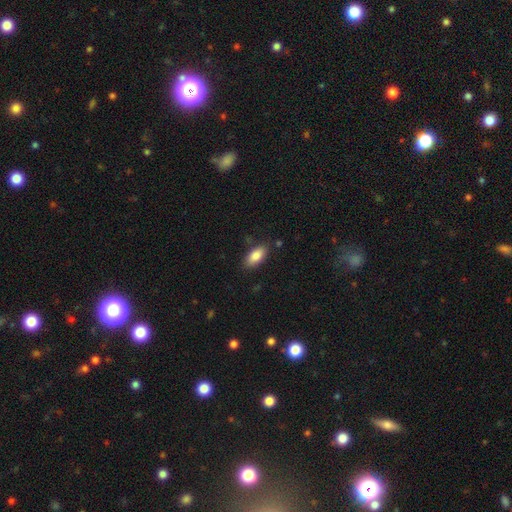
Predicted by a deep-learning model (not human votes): Overall: smooth (85%). How rounded: in between (90%). Merging: none (82%).